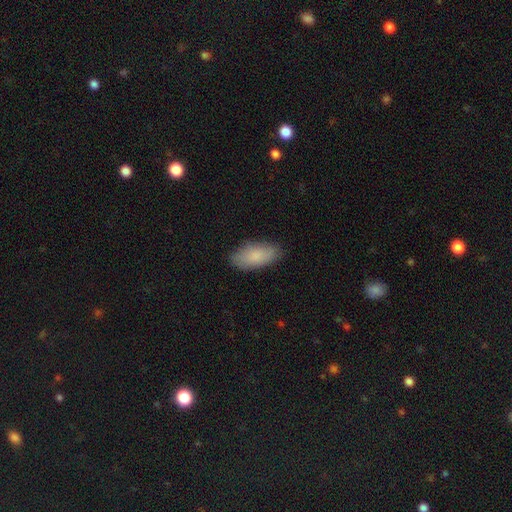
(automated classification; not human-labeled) Smooth or featured? smooth (85%)
How rounded? in between (91%)
Merging? none (83%)